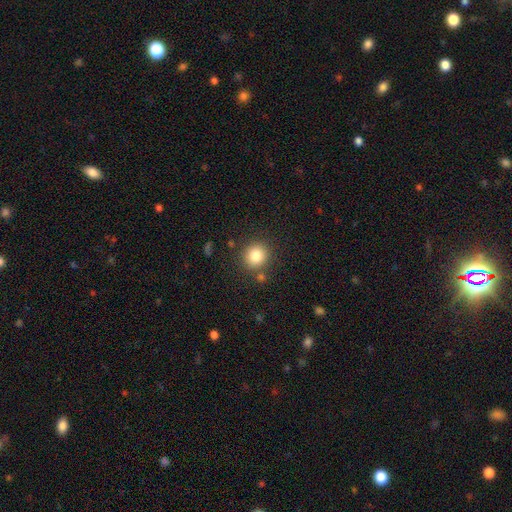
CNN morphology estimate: Smooth or featured: smooth — 82% (star or artifact — 11%)
How rounded: round — 89% (in between — 10%)
Merging: none — 83% (minor disturbance — 9%)